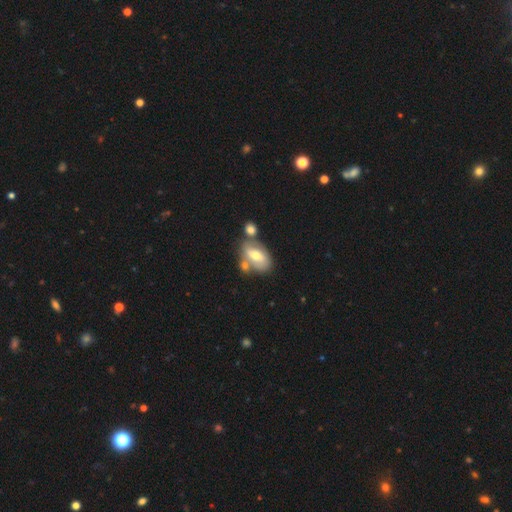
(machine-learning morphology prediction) A smooth galaxy with no disk features (50%) that is in between round and cigar-shaped (87%).

Vote fractions:
- Smooth or featured? smooth: 50% / featured or disk: 42% / star or artifact: 7%
- How rounded? in between: 87% / round: 11% / cigar-shaped: 3%
- Merging? none: 47% / merger: 32% / minor disturbance: 16% / major disturbance: 5%